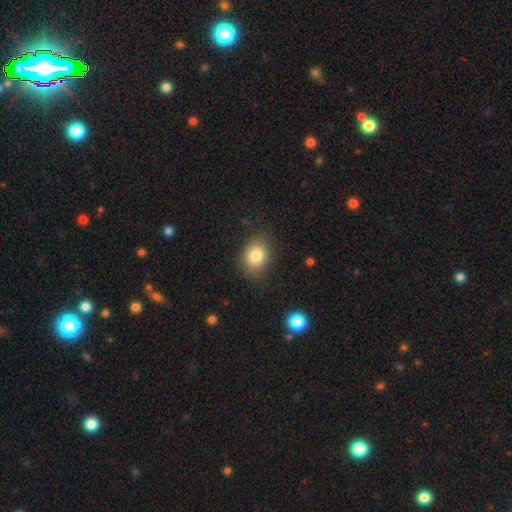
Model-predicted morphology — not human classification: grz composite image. It shows a smooth galaxy with no disk features (82%) that is in between round and cigar-shaped (63%). Merging: none (80%).